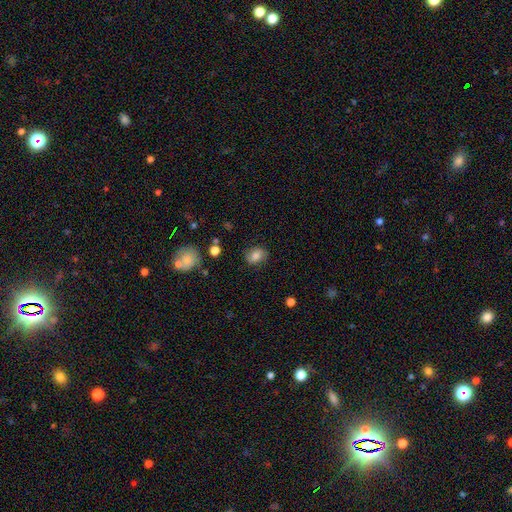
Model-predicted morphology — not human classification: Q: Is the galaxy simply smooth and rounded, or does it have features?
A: smooth — 77%.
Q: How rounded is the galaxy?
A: in between — 55%.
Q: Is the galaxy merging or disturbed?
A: none — 81%.